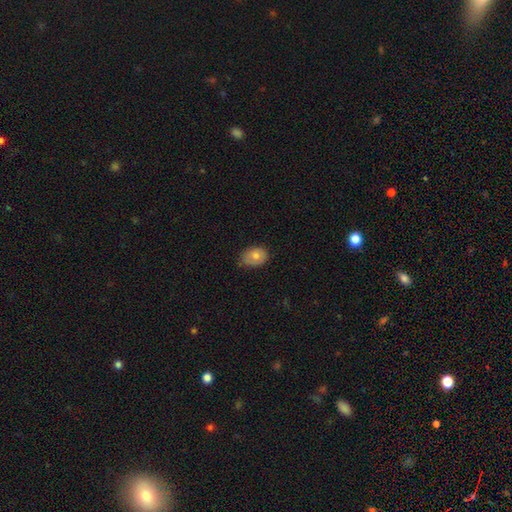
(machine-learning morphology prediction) Overall: smooth (71%). How rounded: in between (70%). Merging: none (65%; minor disturbance 29%).